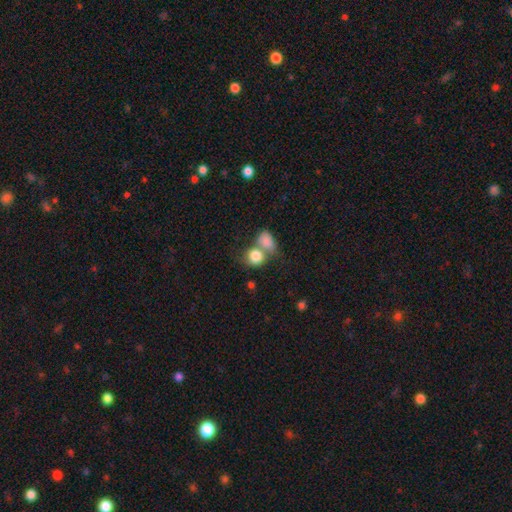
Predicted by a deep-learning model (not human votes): smooth_or_featured: smooth (p=0.83) [alt: featured or disk p=0.09]
how_rounded: round (p=0.63) [alt: in between p=0.36]
merging: merger (p=0.57) [alt: none p=0.28]